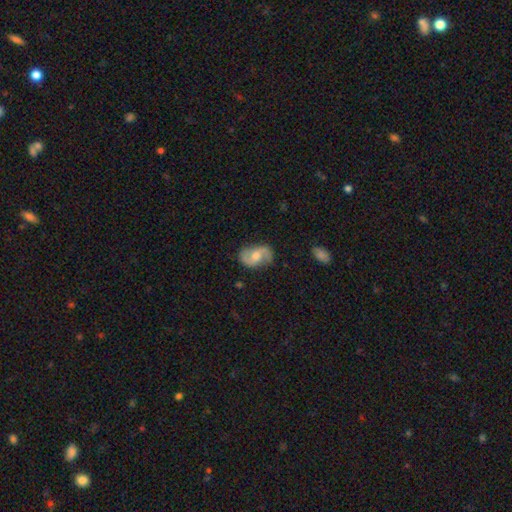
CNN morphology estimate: A featured or disk galaxy (72%) with no bar (49%), 2 (91%) loose (43%) spiral arms (92%) and a moderate central bulge (69%).

Vote fractions:
- Smooth or featured? featured or disk: 72% / smooth: 22% / star or artifact: 6%
- Edge-on disk? no: 97% / yes: 3%
- Bar? no: 49% / weak: 41% / strong: 10%
- Spiral arms? yes: 92% / no: 8%
- Spiral winding? loose: 43% / medium: 41% / tight: 15%
- Spiral arm count? 2: 91% / can't tell: 4% / 1: 2% / 3: 1% / 4: 1% / more than 4: 1%
- Bulge size? moderate: 69% / small: 20% / large: 7% / none: 3% / dominant: 1%
- Merging? none: 80% / minor disturbance: 15% / major disturbance: 4% / merger: 1%